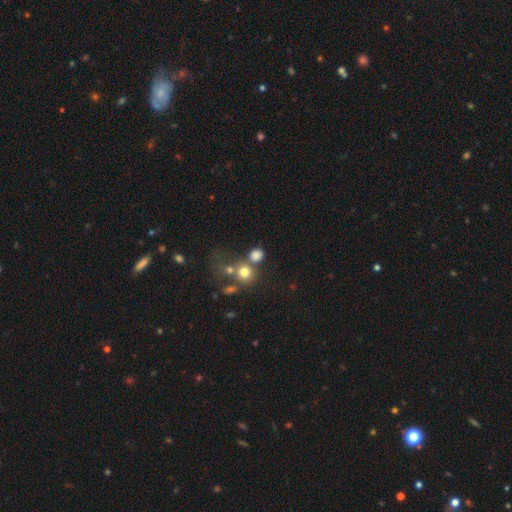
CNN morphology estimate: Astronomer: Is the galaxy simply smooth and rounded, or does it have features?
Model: smooth — 77%.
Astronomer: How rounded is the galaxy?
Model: round — 80%.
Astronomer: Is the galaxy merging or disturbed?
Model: none — 51% (runner-up: merger, 31%).